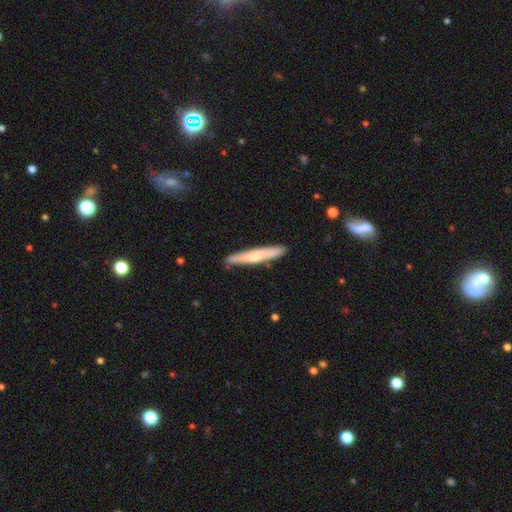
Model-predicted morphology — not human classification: type=smooth (58%); roundness=cigar-shaped (94%); merging=none (86%).